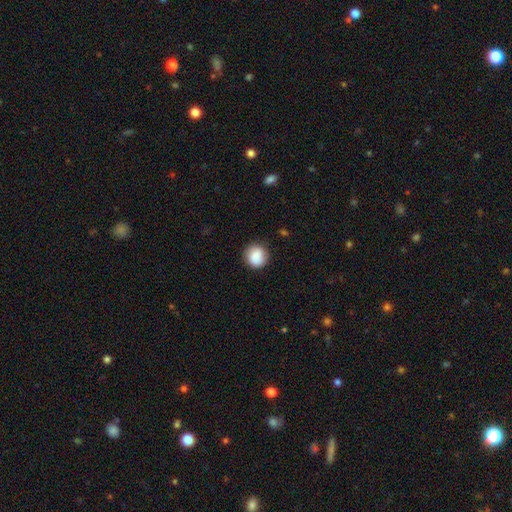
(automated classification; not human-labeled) This is clearly a smooth galaxy (85%). How rounded: clearly round (90%). Merging: clearly none (85%).